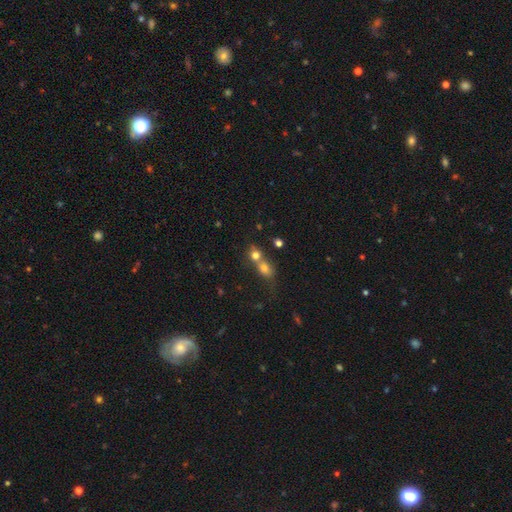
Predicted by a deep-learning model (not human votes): A smooth galaxy with no disk features (73%) that is round (59%).

Vote fractions:
- Smooth or featured? smooth: 73% / featured or disk: 14% / star or artifact: 14%
- How rounded? round: 59% / in between: 38% / cigar-shaped: 3%
- Merging? merger: 64% / none: 26% / minor disturbance: 6% / major disturbance: 4%